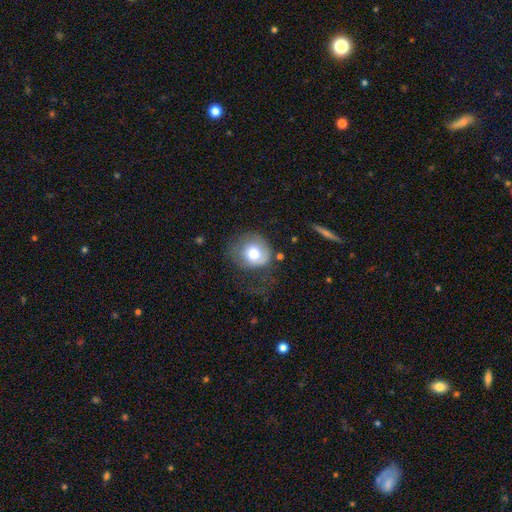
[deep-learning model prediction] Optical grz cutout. It shows a smooth galaxy with no disk features (70%) that is round (78%). Merging: none (42%).